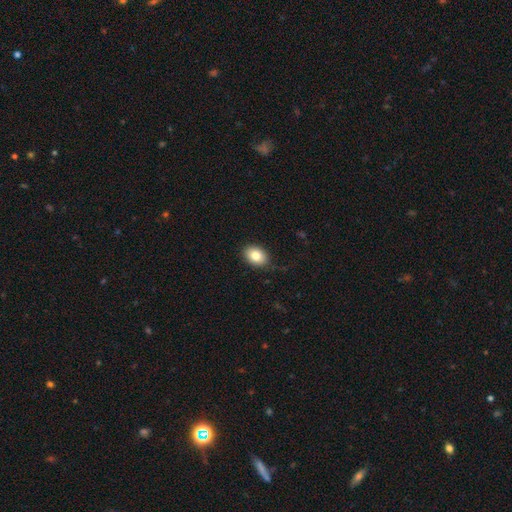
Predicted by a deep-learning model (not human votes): This appears to be a smooth galaxy with no disk features (82%) that is in between round and cigar-shaped (73%). Merging: none (83%).